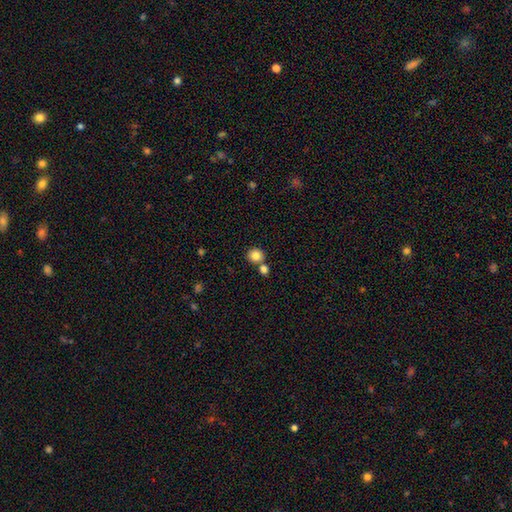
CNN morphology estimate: Smooth or featured?
  - smooth: 84% *
  - star or artifact: 10%
  - featured or disk: 6%
How rounded?
  - round: 86% *
  - in between: 13%
  - cigar-shaped: 1%
Merging?
  - none: 68% *
  - merger: 22%
  - minor disturbance: 8%
  - major disturbance: 2%